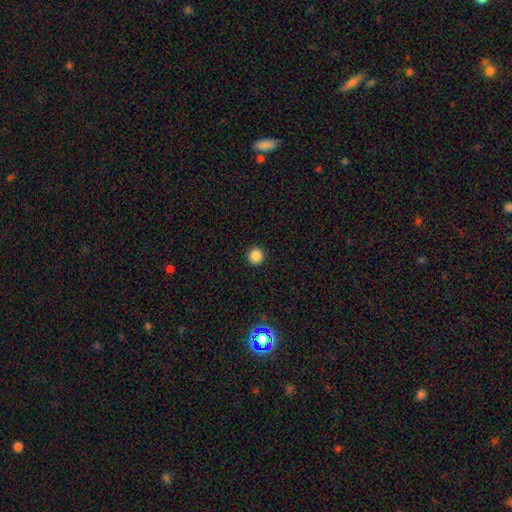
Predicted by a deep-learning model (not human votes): Smooth or featured? Predicted: smooth (p=0.86). How rounded? Predicted: round (p=0.95). Merging? Predicted: none (p=0.93).